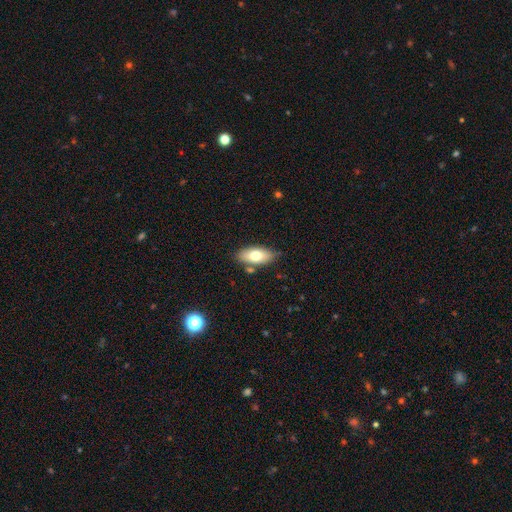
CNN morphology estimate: smooth-or-featured: smooth: 71% | featured or disk: 22% | star or artifact: 7%
  how-rounded: in between: 88% | cigar-shaped: 9% | round: 3%
  merging: none: 80% | minor disturbance: 12% | merger: 5% | major disturbance: 3%